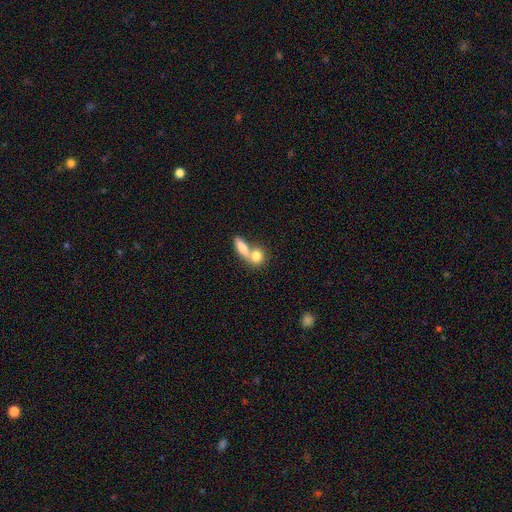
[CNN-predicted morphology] smooth-or-featured: smooth: 79% | featured or disk: 14% | star or artifact: 7%
  how-rounded: in between: 47% | round: 44% | cigar-shaped: 9%
  merging: merger: 61% | none: 29% | minor disturbance: 7% | major disturbance: 4%